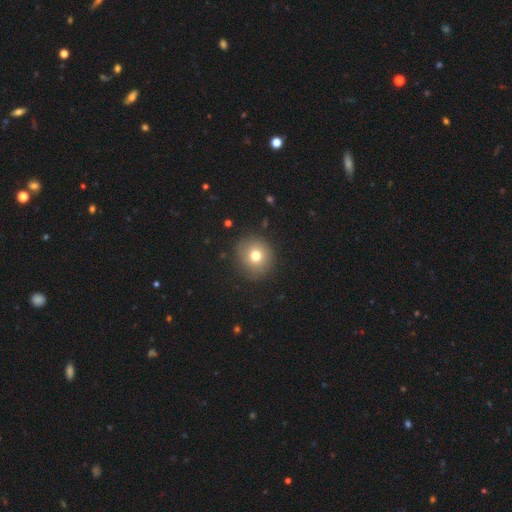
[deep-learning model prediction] This is likely a smooth galaxy (75%). How rounded: clearly round (87%). Merging: clearly none (88%).